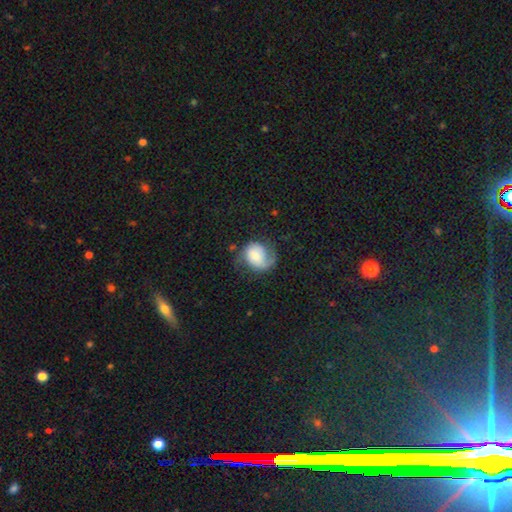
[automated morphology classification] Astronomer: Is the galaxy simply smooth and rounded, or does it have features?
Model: featured or disk — 50% (runner-up: smooth, 42%).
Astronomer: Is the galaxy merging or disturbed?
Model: none — 47% (runner-up: minor disturbance, 27%).